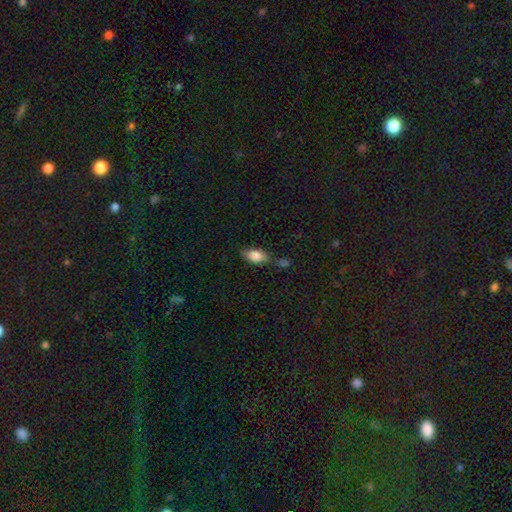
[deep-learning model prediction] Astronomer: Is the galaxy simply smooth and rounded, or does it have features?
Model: smooth — 83%.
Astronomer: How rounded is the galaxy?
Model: in between — 90%.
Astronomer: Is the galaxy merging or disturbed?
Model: none — 62%.